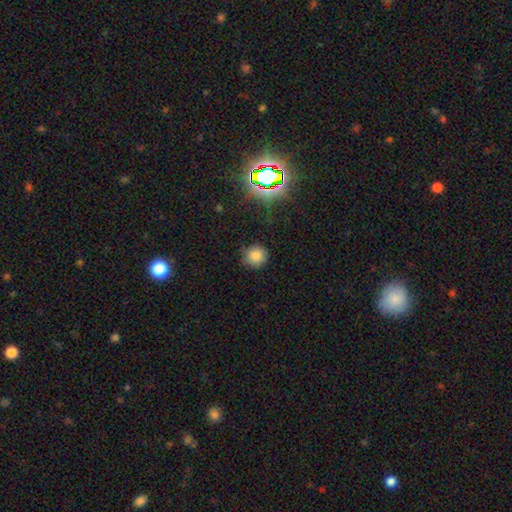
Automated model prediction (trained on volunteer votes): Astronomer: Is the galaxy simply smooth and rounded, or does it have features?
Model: smooth — 79%.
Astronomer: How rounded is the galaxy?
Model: round — 91%.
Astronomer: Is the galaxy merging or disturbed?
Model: none — 85%.